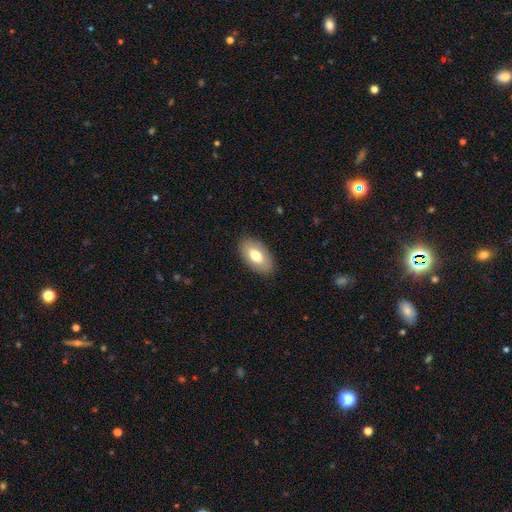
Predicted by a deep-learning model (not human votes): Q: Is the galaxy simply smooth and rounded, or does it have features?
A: smooth — 72%.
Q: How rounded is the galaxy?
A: in between — 94%.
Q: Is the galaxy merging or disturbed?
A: none — 87%.